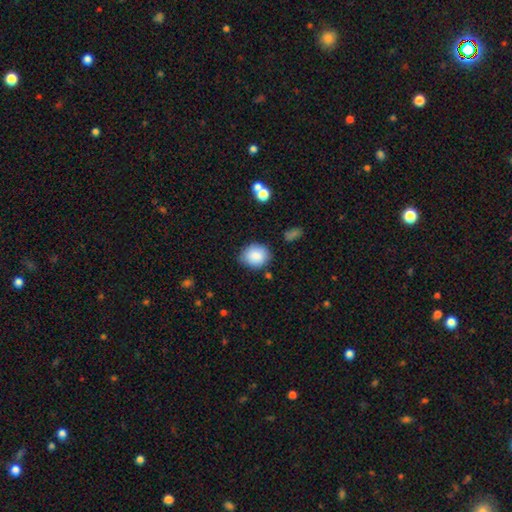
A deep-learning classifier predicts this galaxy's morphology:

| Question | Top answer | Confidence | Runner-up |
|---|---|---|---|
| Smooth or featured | smooth | 85% | star or artifact (8%) |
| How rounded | round | 65% | in between (34%) |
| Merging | none | 77% | minor disturbance (16%) |